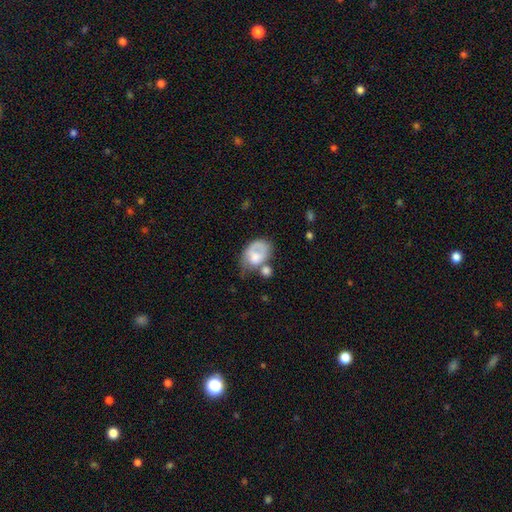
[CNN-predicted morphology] smooth 60%, featured or disk 32%, star or artifact 8%. Down the decision tree: how rounded — in between (74%); merging — none (27%).